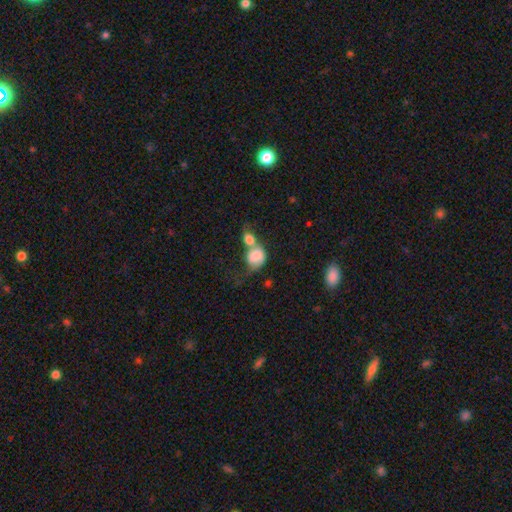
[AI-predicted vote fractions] A smooth galaxy with no disk features (76%) that is round (52%). Merging: merger (73%).